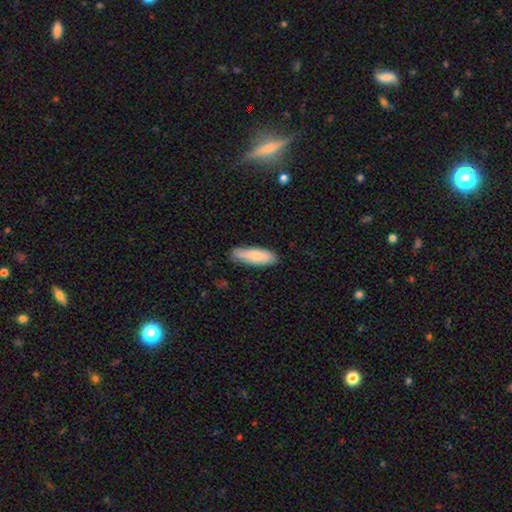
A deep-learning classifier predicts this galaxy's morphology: This is likely a smooth galaxy (79%). How rounded: possibly in between (52%). Merging: likely none (79%).